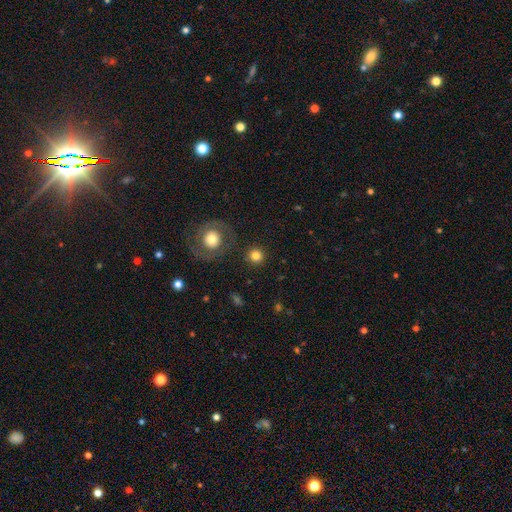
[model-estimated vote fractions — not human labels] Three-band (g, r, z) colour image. It shows a smooth galaxy with no disk features (80%) that is round (95%). Merging: none (88%).